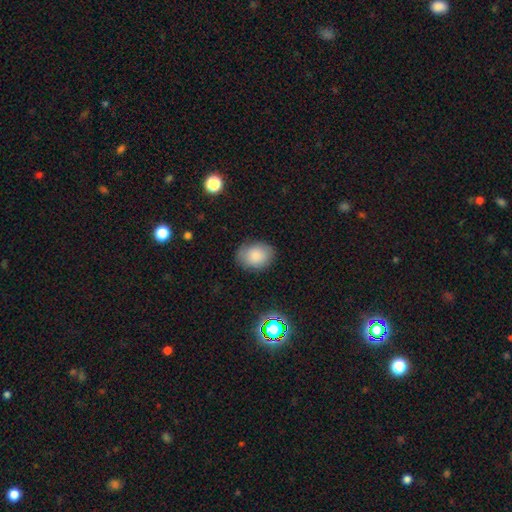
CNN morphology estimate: smooth 84%, star or artifact 9%, featured or disk 7%. Down the decision tree: how rounded — in between (69%); merging — none (80%).